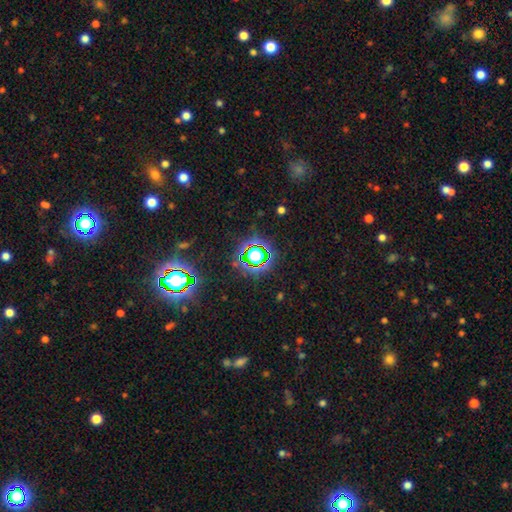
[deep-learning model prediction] star or artifact 69%, smooth 20%, featured or disk 11%.